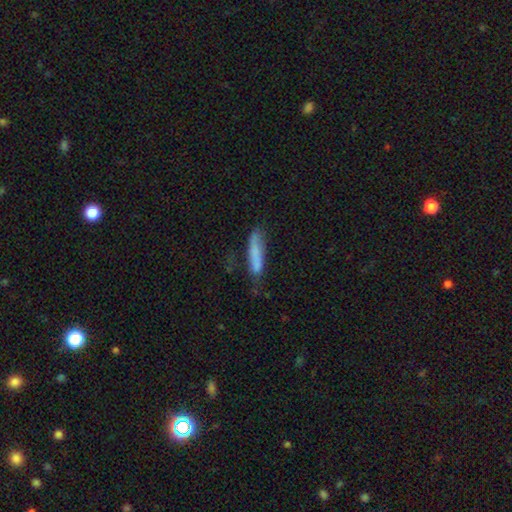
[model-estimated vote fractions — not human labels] Morphology: type=smooth (72%); roundness=cigar-shaped (84%); merging=none (57%).